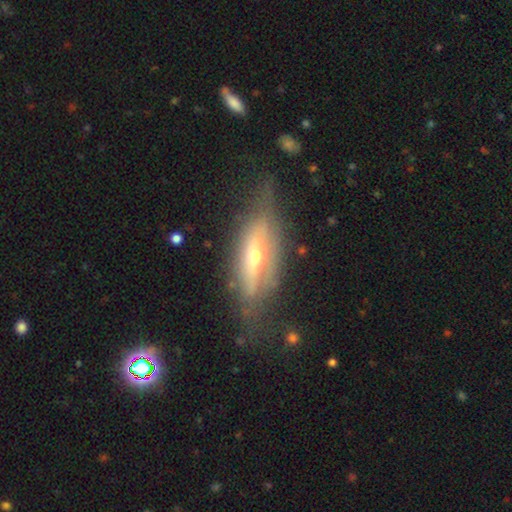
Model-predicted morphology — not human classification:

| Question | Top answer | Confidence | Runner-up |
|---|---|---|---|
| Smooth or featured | featured or disk | 70% | smooth (23%) |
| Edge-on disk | yes | 70% | no (30%) |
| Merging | none | 57% | minor disturbance (27%) |